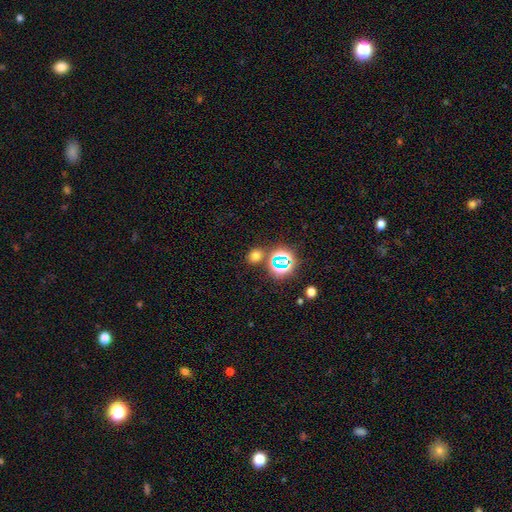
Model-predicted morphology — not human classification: smooth 64%, star or artifact 30%, featured or disk 6%. Down the decision tree: how rounded — round (64%); merging — none (79%).